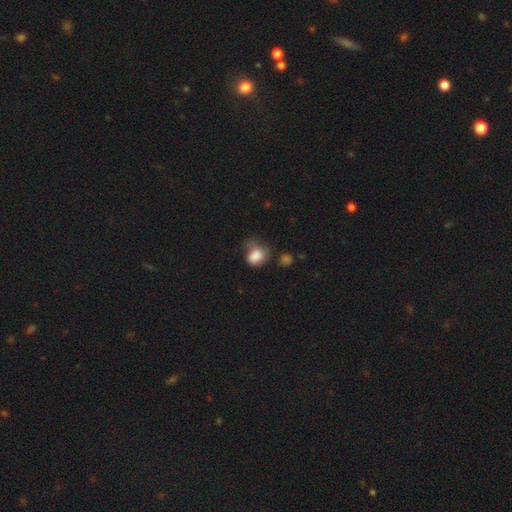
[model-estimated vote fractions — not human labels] Morphology: type=smooth (81%); roundness=in between (60%); merging=minor disturbance (33%).